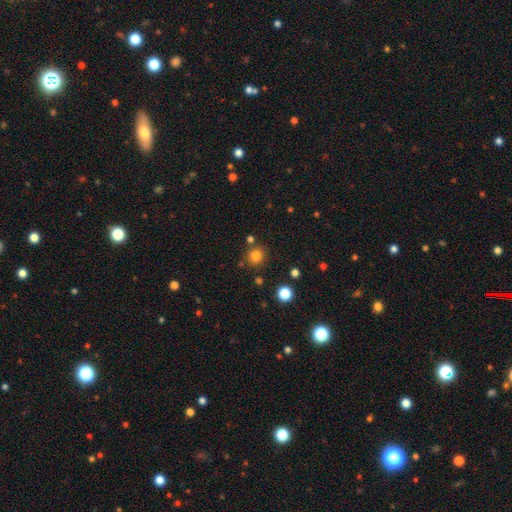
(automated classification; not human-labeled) Smooth or featured? Predicted: smooth (p=0.81). How rounded? Predicted: round (p=0.91). Merging? Predicted: none (p=0.83).